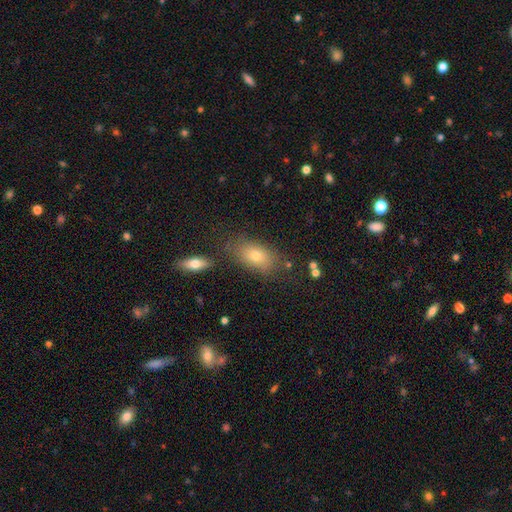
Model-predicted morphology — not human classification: A smooth galaxy with no disk features (72%) that is in between round and cigar-shaped (86%).

Vote fractions:
- Smooth or featured? smooth: 72% / featured or disk: 16% / star or artifact: 12%
- How rounded? in between: 86% / round: 10% / cigar-shaped: 4%
- Merging? none: 76% / minor disturbance: 14% / merger: 6% / major disturbance: 5%